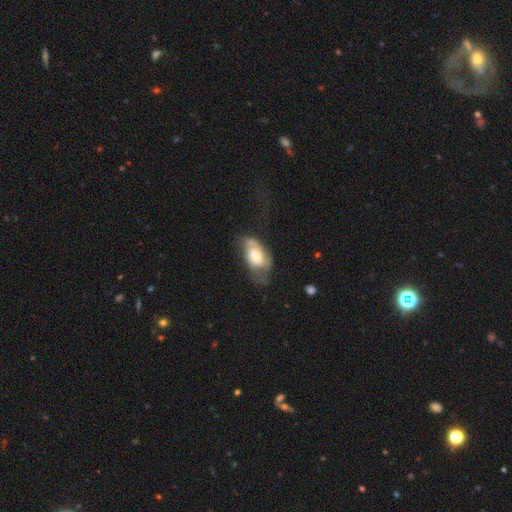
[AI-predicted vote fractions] Smooth or featured: featured or disk — 59% (smooth — 35%)
Edge-on disk: no — 94% (yes — 6%)
Bar: no — 59% (weak — 34%)
Spiral arms: yes — 80% (no — 20%)
Bulge size: moderate — 58% (large — 20%)
Merging: none — 40% (minor disturbance — 31%)